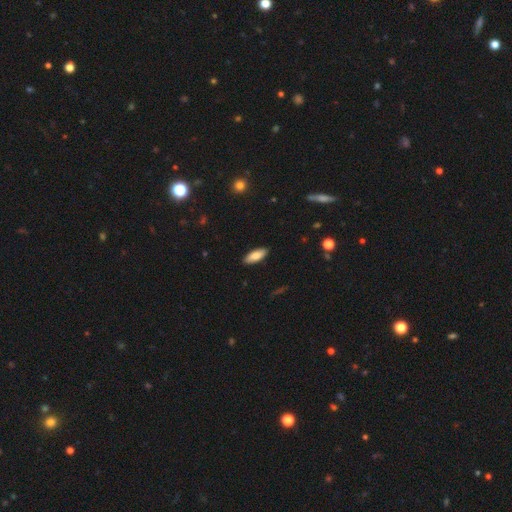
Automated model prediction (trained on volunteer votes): smooth 82%, featured or disk 12%, star or artifact 6%. Down the decision tree: how rounded — in between (76%); merging — none (89%).